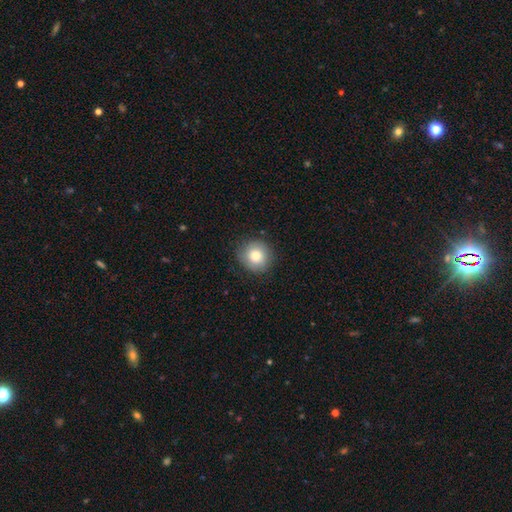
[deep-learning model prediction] Smooth or featured?
  - smooth: 78% *
  - featured or disk: 13%
  - star or artifact: 9%
How rounded?
  - round: 90% *
  - in between: 9%
  - cigar-shaped: 1%
Merging?
  - none: 84% *
  - minor disturbance: 12%
  - major disturbance: 3%
  - merger: 1%